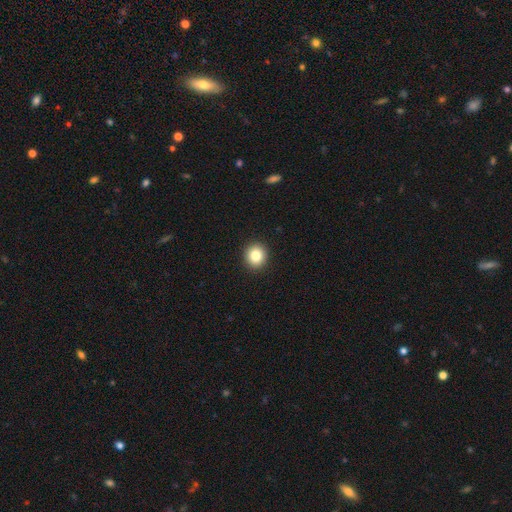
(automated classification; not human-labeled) This is clearly a smooth galaxy (84%). How rounded: clearly round (89%). Merging: clearly none (93%).